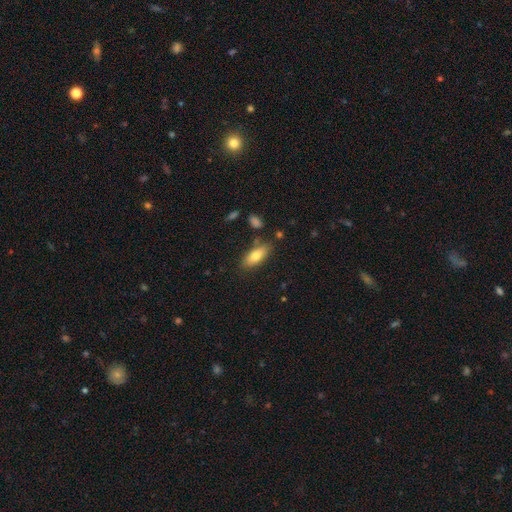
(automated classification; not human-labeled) smooth 78%, featured or disk 15%, star or artifact 7%. Down the decision tree: how rounded — in between (82%); merging — none (79%).